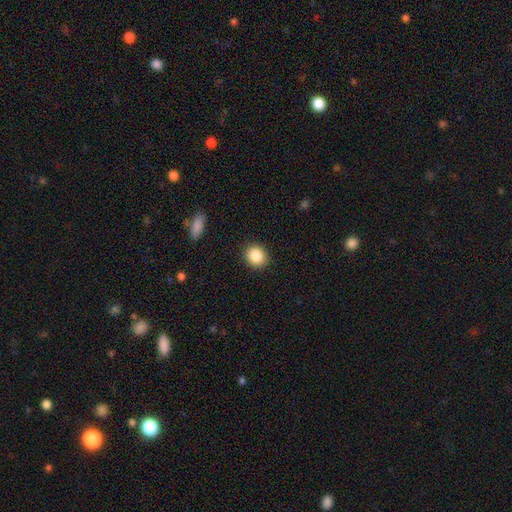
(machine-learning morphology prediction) smooth-or-featured: smooth: 87% | star or artifact: 8% | featured or disk: 5%
  how-rounded: round: 74% | in between: 25% | cigar-shaped: 1%
  merging: none: 89% | minor disturbance: 7% | major disturbance: 2% | merger: 1%